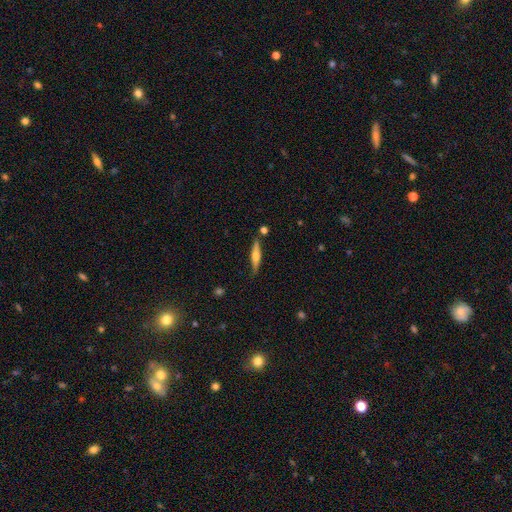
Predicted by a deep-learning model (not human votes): A featured or disk galaxy (55%) viewed edge-on (95%) with a rounded central bulge (87%).

Vote fractions:
- Smooth or featured? featured or disk: 55% / smooth: 38% / star or artifact: 6%
- Edge-on disk? yes: 95% / no: 5%
- Edge-on bulge? rounded: 87% / boxy: 8% / none: 5%
- Merging? none: 80% / minor disturbance: 13% / merger: 5% / major disturbance: 3%